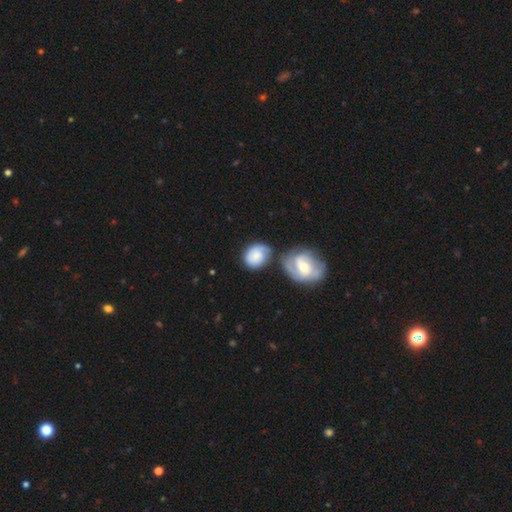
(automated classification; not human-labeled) Overall: smooth (53%; featured or disk 40%). How rounded: round (56%; in between 43%). Merging: none (41%; merger 32%).